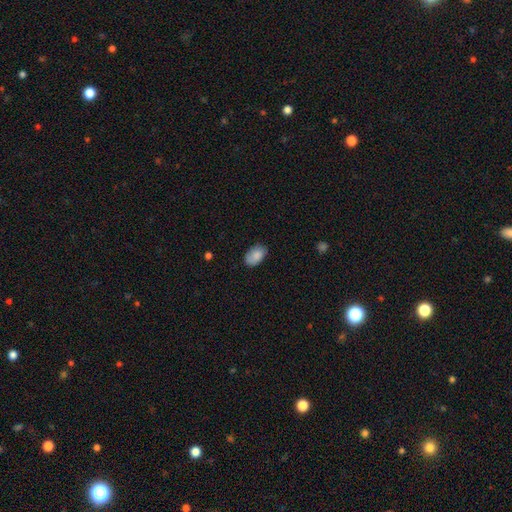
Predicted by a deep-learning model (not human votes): A smooth galaxy with no disk features (86%) that is in between round and cigar-shaped (91%).

Vote fractions:
- Smooth or featured? smooth: 86% / star or artifact: 7% / featured or disk: 7%
- How rounded? in between: 91% / round: 8% / cigar-shaped: 1%
- Merging? none: 78% / minor disturbance: 17% / major disturbance: 3% / merger: 1%